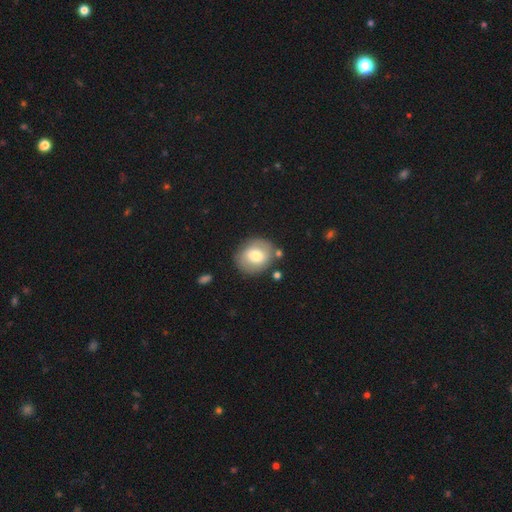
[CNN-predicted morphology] This appears to be a smooth galaxy with no disk features (67%) that is round (65%). Merging: none (79%).